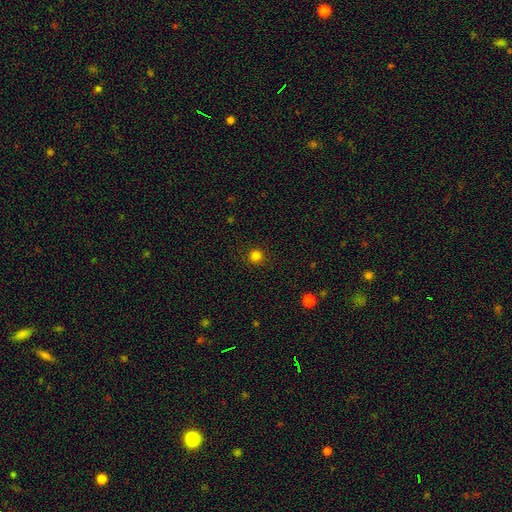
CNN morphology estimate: Smooth or featured? smooth (82%)
How rounded? round (94%)
Merging? none (91%)